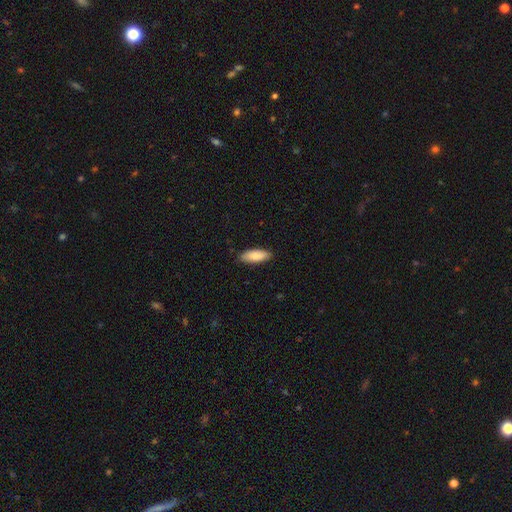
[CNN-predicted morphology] This is clearly a smooth galaxy (88%). How rounded: likely in between (69%). Merging: clearly none (87%).